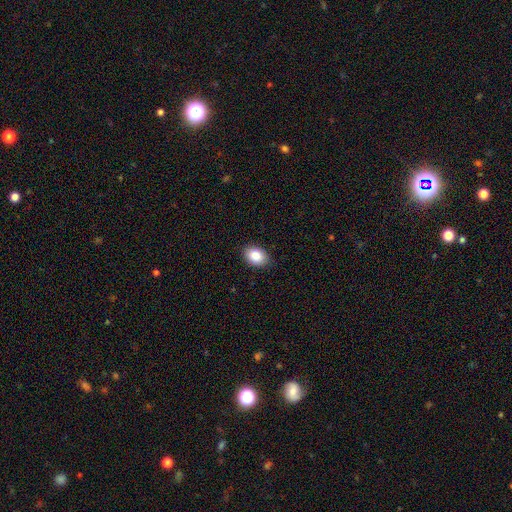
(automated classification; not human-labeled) Smooth or featured: smooth — 86% (star or artifact — 8%)
How rounded: in between — 74% (round — 25%)
Merging: none — 88% (minor disturbance — 9%)